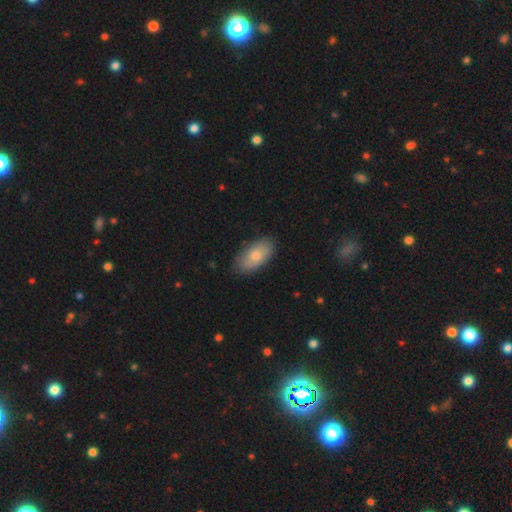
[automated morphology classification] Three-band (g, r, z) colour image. It shows a smooth galaxy with no disk features (76%) that is in between round and cigar-shaped (93%). Merging: none (81%).